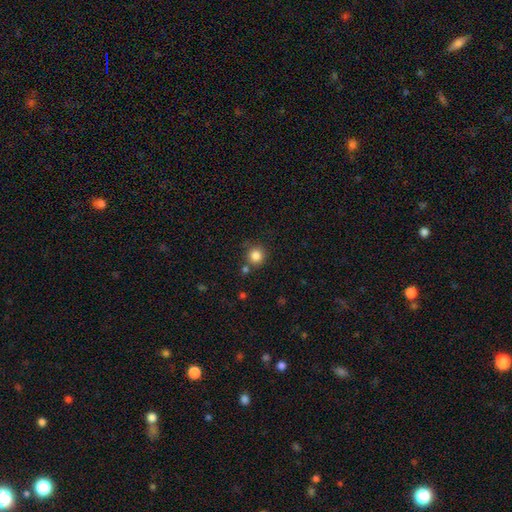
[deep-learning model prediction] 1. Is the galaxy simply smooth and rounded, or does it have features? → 84% smooth, 11% star or artifact, 5% featured or disk.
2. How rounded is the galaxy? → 93% round, 6% in between, 1% cigar-shaped.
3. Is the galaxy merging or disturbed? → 79% none, 9% merger, 9% minor disturbance, 3% major disturbance.